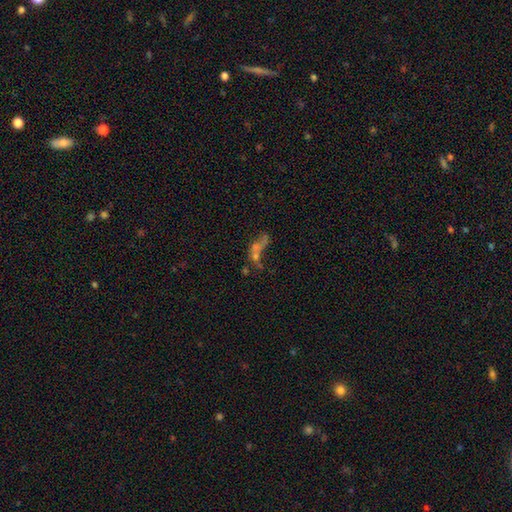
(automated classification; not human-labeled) Smooth or featured? Predicted: star or artifact (p=0.41).